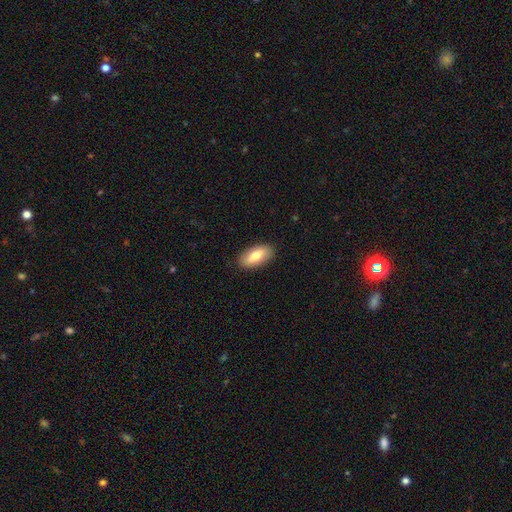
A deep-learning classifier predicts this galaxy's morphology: Q: Smooth or featured?
A: smooth (77%); runner-up: featured or disk (18%)
Q: How rounded?
A: in between (90%); runner-up: cigar-shaped (8%)
Q: Merging?
A: none (89%); runner-up: minor disturbance (9%)